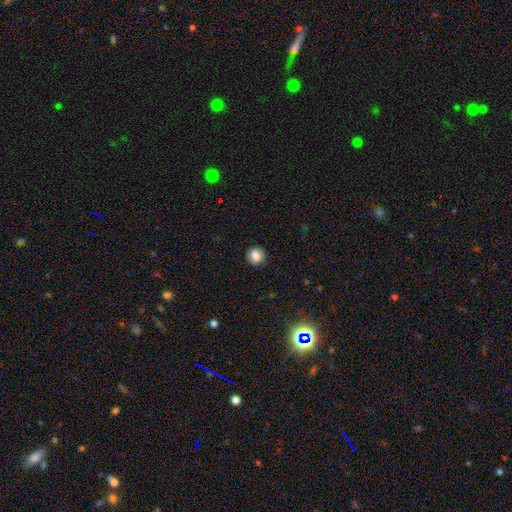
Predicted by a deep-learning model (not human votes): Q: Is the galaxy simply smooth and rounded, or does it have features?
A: smooth — 72%.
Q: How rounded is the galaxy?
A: round — 84%.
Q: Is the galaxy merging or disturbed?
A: none — 88%.